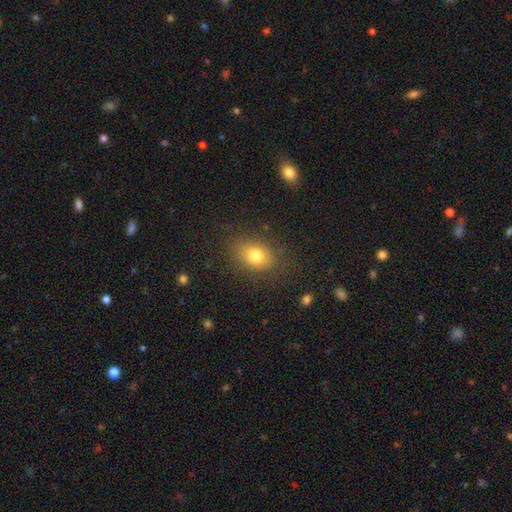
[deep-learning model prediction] Smooth or featured?
  - smooth: 78% *
  - star or artifact: 11%
  - featured or disk: 11%
How rounded?
  - in between: 69% *
  - round: 30%
  - cigar-shaped: 1%
Merging?
  - none: 81% *
  - minor disturbance: 13%
  - major disturbance: 5%
  - merger: 1%